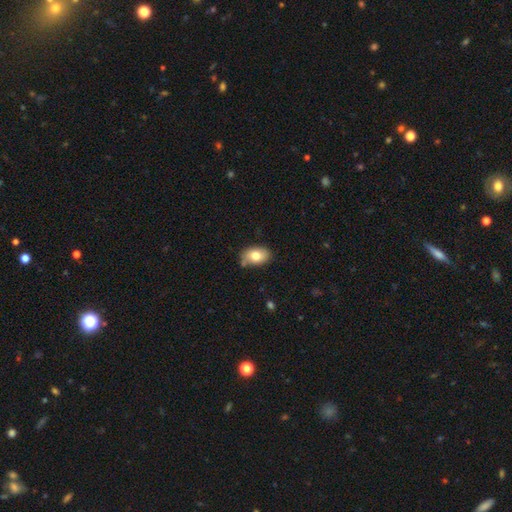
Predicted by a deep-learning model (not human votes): smooth-or-featured: smooth: 77% | featured or disk: 15% | star or artifact: 8%
  how-rounded: in between: 85% | round: 14% | cigar-shaped: 1%
  merging: none: 71% | minor disturbance: 21% | merger: 4% | major disturbance: 4%